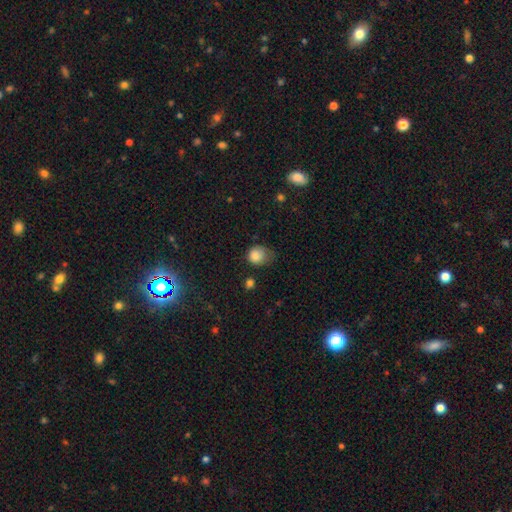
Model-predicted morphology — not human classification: smooth 84%, star or artifact 10%, featured or disk 6%. Down the decision tree: how rounded — round (67%); merging — minor disturbance (43%).